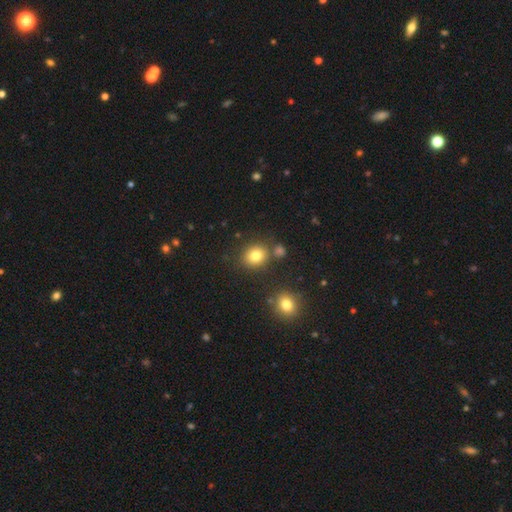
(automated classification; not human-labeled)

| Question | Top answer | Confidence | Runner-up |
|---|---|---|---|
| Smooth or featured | smooth | 80% | star or artifact (13%) |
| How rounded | round | 72% | in between (27%) |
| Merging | none | 77% | merger (10%) |